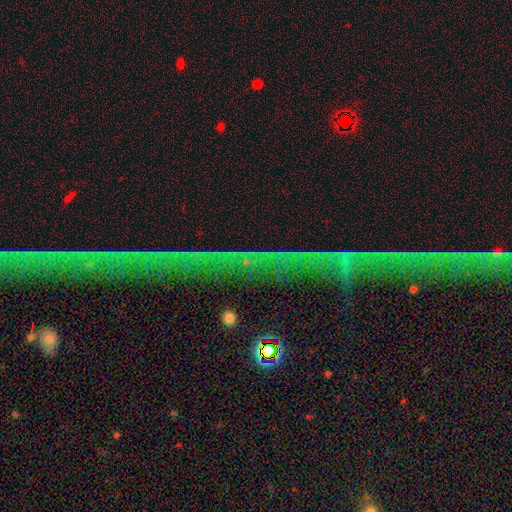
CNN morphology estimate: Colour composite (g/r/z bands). It shows a star or artifact, not a galaxy (84%).